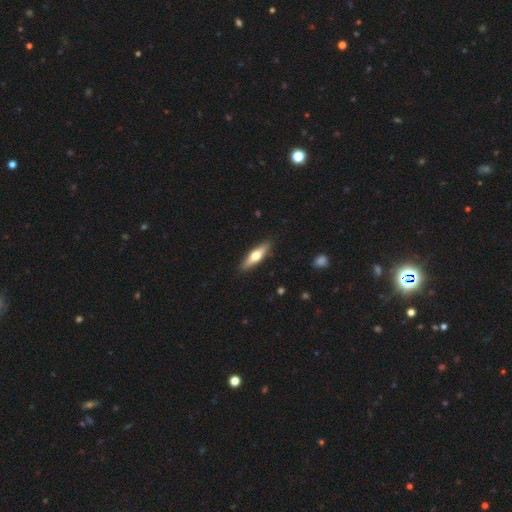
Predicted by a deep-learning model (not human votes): Q: Smooth or featured?
A: smooth (52%); runner-up: featured or disk (43%)
Q: How rounded?
A: cigar-shaped (67%); runner-up: in between (31%)
Q: Merging?
A: none (90%); runner-up: minor disturbance (7%)